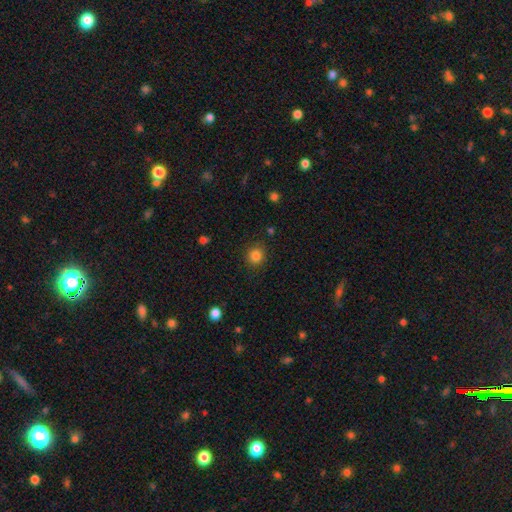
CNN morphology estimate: Q: Smooth or featured?
A: smooth (84%); runner-up: star or artifact (12%)
Q: How rounded?
A: round (87%); runner-up: in between (12%)
Q: Merging?
A: none (89%); runner-up: minor disturbance (7%)